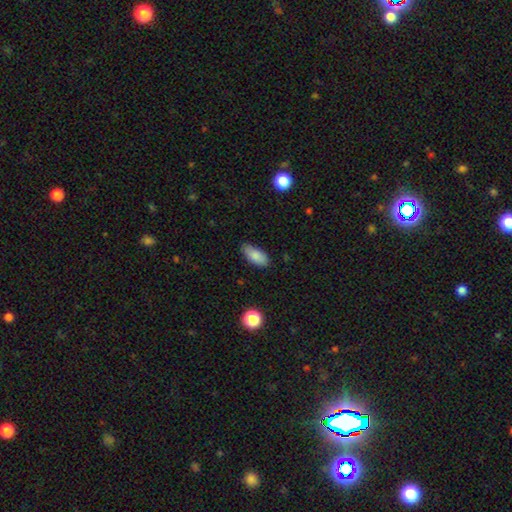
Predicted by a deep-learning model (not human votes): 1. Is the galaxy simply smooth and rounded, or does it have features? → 85% smooth, 8% featured or disk, 8% star or artifact.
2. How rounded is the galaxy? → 88% in between, 9% cigar-shaped, 3% round.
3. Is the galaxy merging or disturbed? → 77% none, 19% minor disturbance, 3% major disturbance, 1% merger.